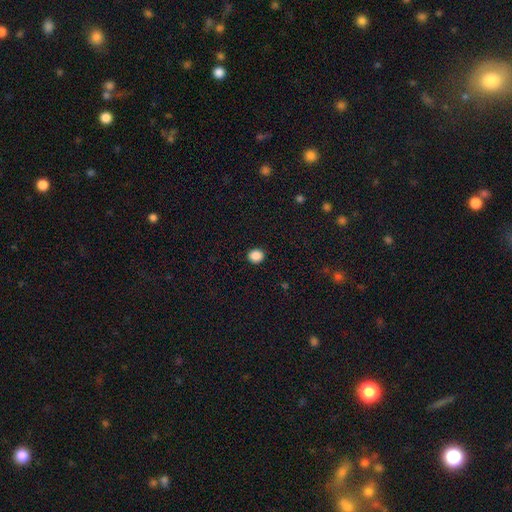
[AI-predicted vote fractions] smooth-or-featured: smooth: 88% | star or artifact: 10% | featured or disk: 3%
  how-rounded: round: 79% | in between: 21% | cigar-shaped: 1%
  merging: none: 92% | minor disturbance: 6% | major disturbance: 2% | merger: 1%